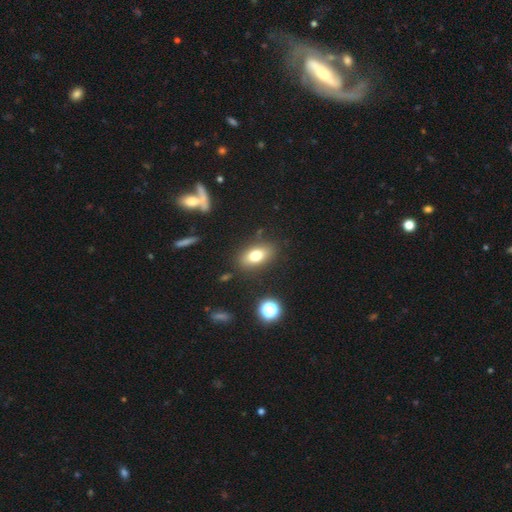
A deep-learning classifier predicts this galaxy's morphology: A smooth galaxy with no disk features (74%) that is in between round and cigar-shaped (83%).

Vote fractions:
- Smooth or featured? smooth: 74% / featured or disk: 15% / star or artifact: 11%
- How rounded? in between: 83% / round: 11% / cigar-shaped: 5%
- Merging? none: 83% / minor disturbance: 11% / major disturbance: 3% / merger: 3%